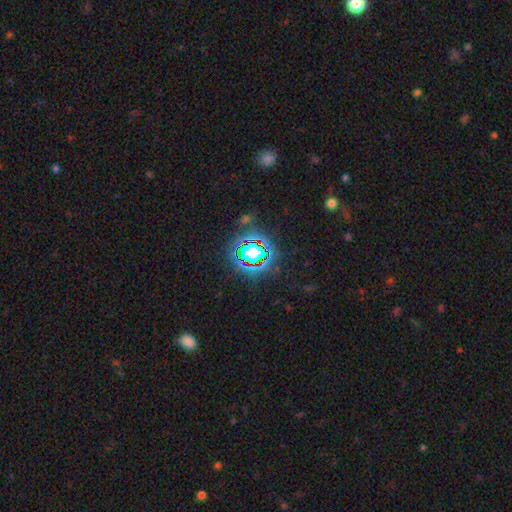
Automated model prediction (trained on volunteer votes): A star or artifact, not a galaxy (70%).